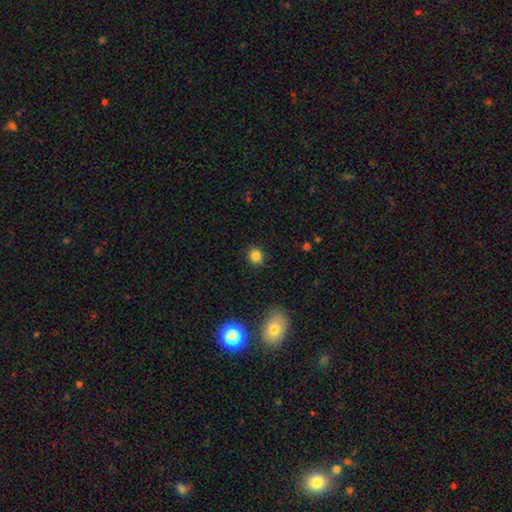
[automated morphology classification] This is clearly a smooth galaxy (84%). How rounded: likely round (76%). Merging: clearly none (89%).